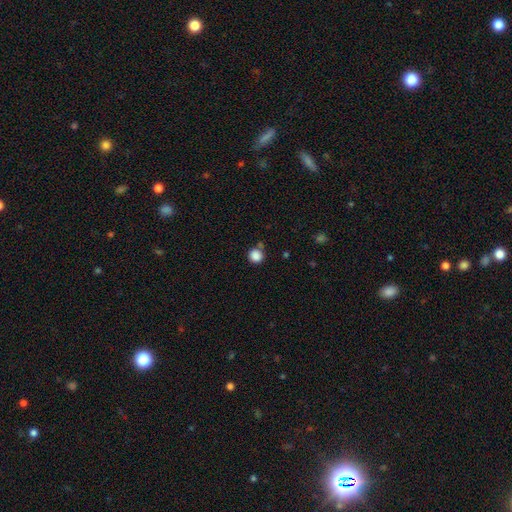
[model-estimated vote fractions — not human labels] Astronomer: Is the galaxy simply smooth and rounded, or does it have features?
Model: smooth — 86%.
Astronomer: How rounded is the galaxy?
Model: round — 91%.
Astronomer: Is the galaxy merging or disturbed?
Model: none — 76%.